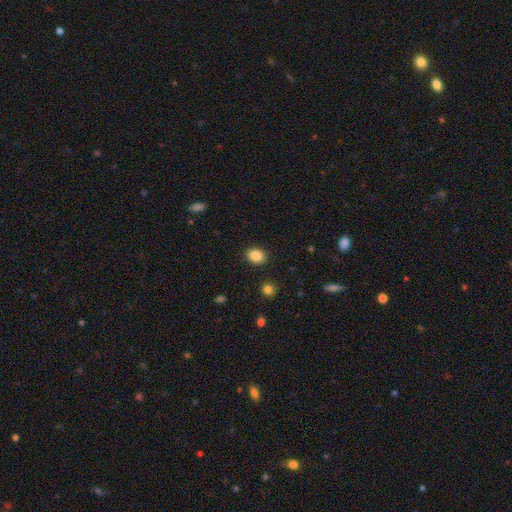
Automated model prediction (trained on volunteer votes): Smooth or featured?
  - smooth: 87% *
  - star or artifact: 9%
  - featured or disk: 4%
How rounded?
  - in between: 62% *
  - round: 37%
  - cigar-shaped: 1%
Merging?
  - none: 89% *
  - minor disturbance: 7%
  - major disturbance: 2%
  - merger: 1%